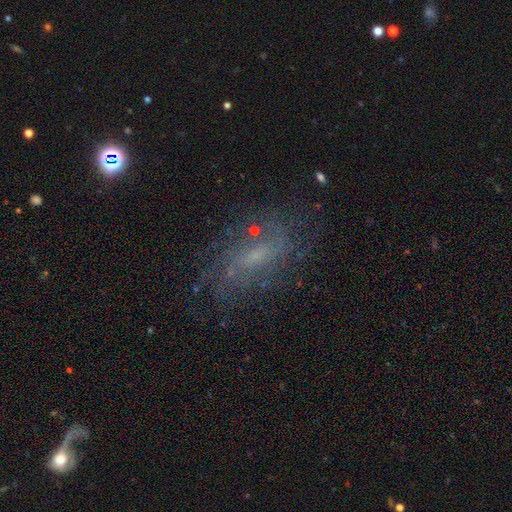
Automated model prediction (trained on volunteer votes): Smooth or featured?
  - featured or disk: 61% *
  - smooth: 23%
  - star or artifact: 15%
Edge-on disk?
  - no: 87% *
  - yes: 13%
Bar?
  - weak: 46% *
  - no: 39%
  - strong: 15%
Spiral arms?
  - yes: 77% *
  - no: 23%
Bulge size?
  - small: 51% *
  - moderate: 25%
  - none: 20%
  - large: 3%
  - dominant: 1%
Merging?
  - none: 71% *
  - minor disturbance: 17%
  - major disturbance: 10%
  - merger: 2%